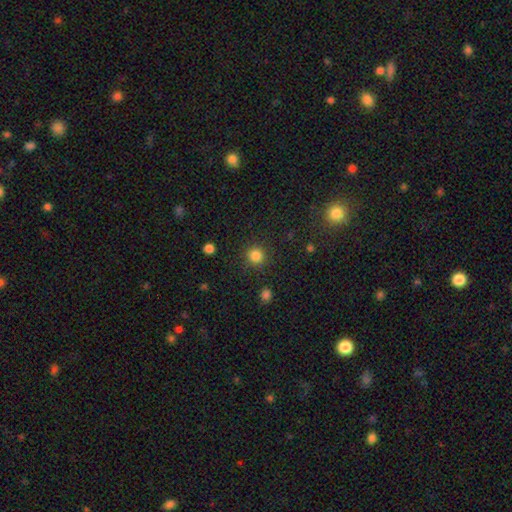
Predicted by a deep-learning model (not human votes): A smooth galaxy with no disk features (84%) that is round (93%).

Vote fractions:
- Smooth or featured? smooth: 84% / star or artifact: 12% / featured or disk: 4%
- How rounded? round: 93% / in between: 6% / cigar-shaped: 1%
- Merging? none: 89% / minor disturbance: 6% / major disturbance: 3% / merger: 2%